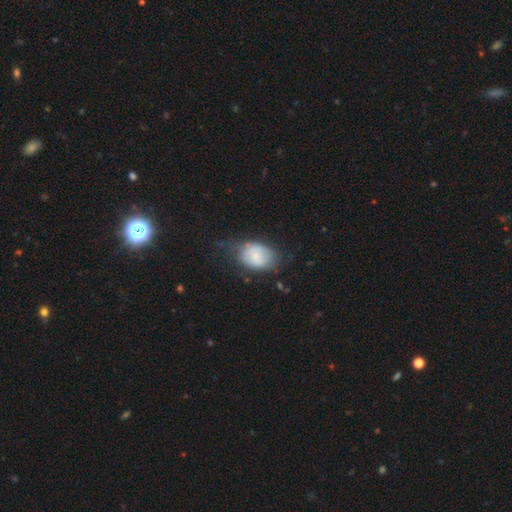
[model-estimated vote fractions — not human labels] Smooth or featured? Predicted: smooth (p=0.71). How rounded? Predicted: in between (p=0.73). Merging? Predicted: none (p=0.45).